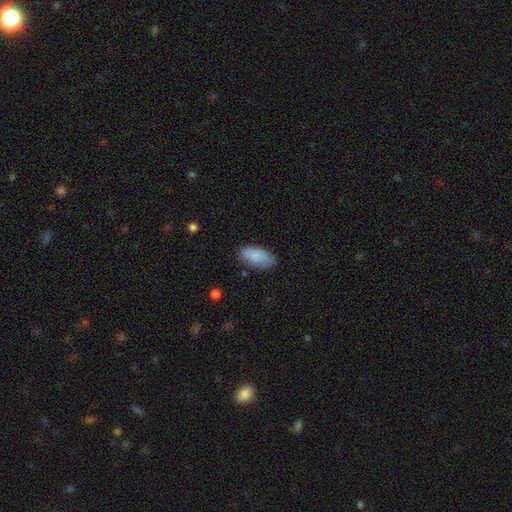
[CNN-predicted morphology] smooth 87%, featured or disk 7%, star or artifact 6%. Down the decision tree: how rounded — in between (92%); merging — none (80%).